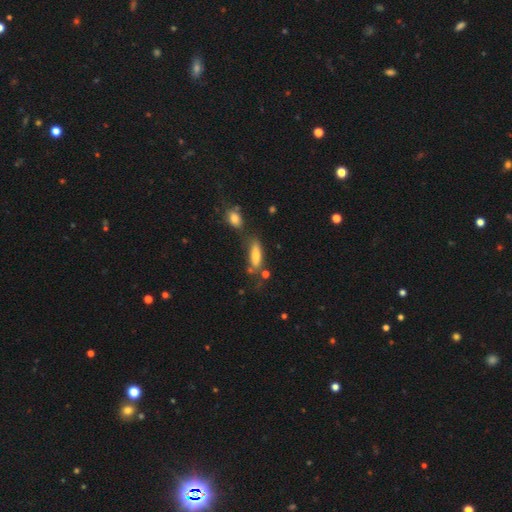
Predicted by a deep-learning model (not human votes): Q: Smooth or featured?
A: smooth (75%); runner-up: featured or disk (17%)
Q: How rounded?
A: in between (51%); runner-up: cigar-shaped (47%)
Q: Merging?
A: none (55%); runner-up: minor disturbance (21%)